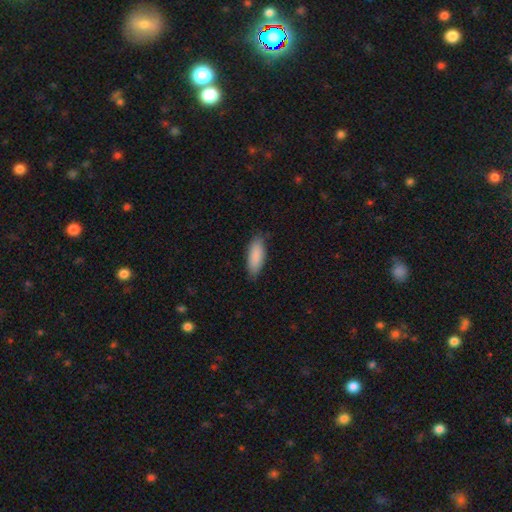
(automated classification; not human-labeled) This appears to be a smooth galaxy with no disk features (89%) that is in between round and cigar-shaped (73%). Merging: none (82%).